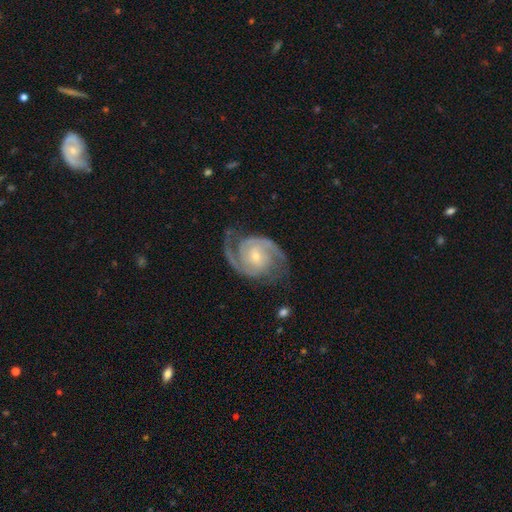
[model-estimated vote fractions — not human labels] Overall: featured or disk (92%). Edge-on disk: no (98%). Bar: no (55%; weak 35%). Spiral arms: yes (98%). Spiral arm count: 2 (88%). Spiral winding: medium (49%; tight 42%). Bulge size: small (62%; moderate 33%). Merging: none (77%).